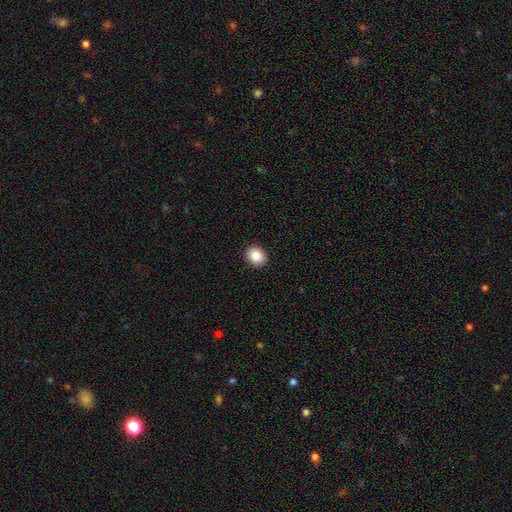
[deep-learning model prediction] Smooth or featured?
  - smooth: 86% *
  - star or artifact: 8%
  - featured or disk: 5%
How rounded?
  - round: 51% *
  - in between: 48%
  - cigar-shaped: 1%
Merging?
  - none: 92% *
  - minor disturbance: 6%
  - major disturbance: 2%
  - merger: 1%